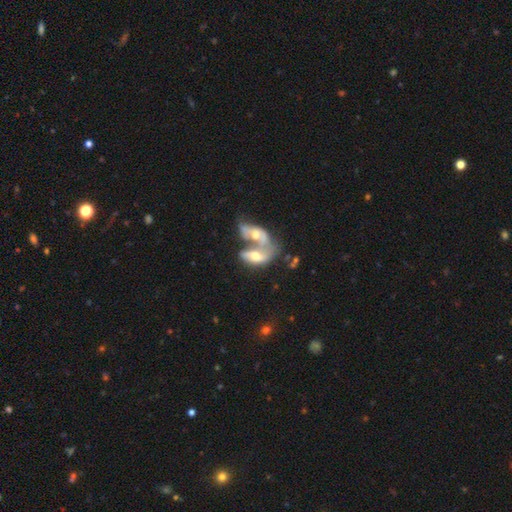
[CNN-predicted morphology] featured or disk 52%, smooth 40%, star or artifact 8%. Down the decision tree: edge-on disk — no (88%); merging — merger (79%).